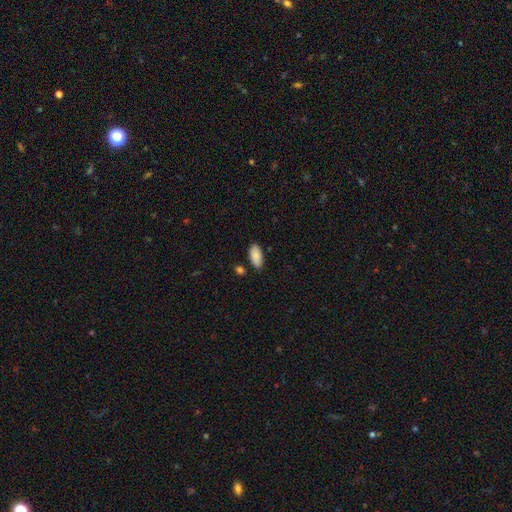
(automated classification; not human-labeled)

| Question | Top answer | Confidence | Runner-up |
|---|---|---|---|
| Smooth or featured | smooth | 88% | star or artifact (6%) |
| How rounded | in between | 93% | cigar-shaped (6%) |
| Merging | none | 83% | minor disturbance (11%) |